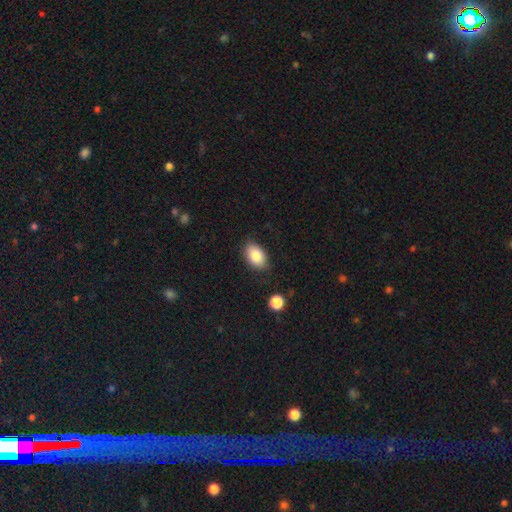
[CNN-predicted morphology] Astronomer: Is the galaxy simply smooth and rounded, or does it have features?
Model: smooth — 84%.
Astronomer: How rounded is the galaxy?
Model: in between — 89%.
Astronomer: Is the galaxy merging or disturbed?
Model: none — 83%.